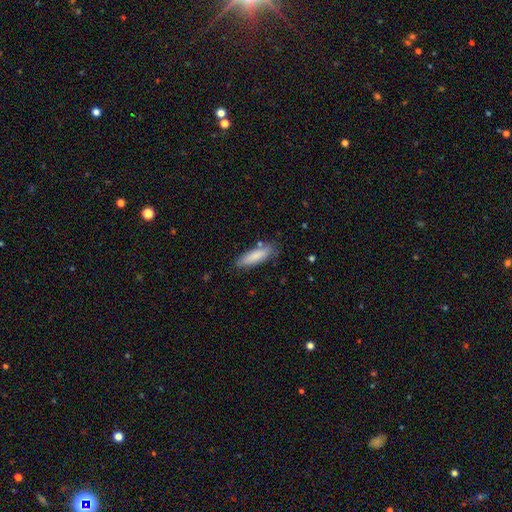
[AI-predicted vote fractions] Smooth or featured?
  - smooth: 85% *
  - featured or disk: 10%
  - star or artifact: 6%
How rounded?
  - cigar-shaped: 54% *
  - in between: 45%
  - round: 1%
Merging?
  - none: 80% *
  - minor disturbance: 14%
  - merger: 3%
  - major disturbance: 3%